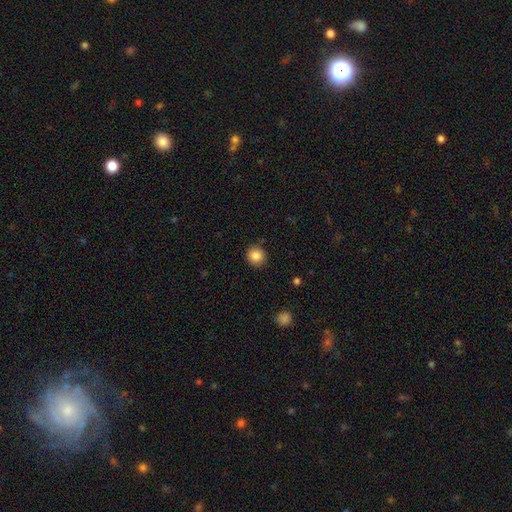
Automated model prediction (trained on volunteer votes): Q: Smooth or featured?
A: smooth (86%); runner-up: star or artifact (10%)
Q: How rounded?
A: round (92%); runner-up: in between (7%)
Q: Merging?
A: none (90%); runner-up: minor disturbance (7%)